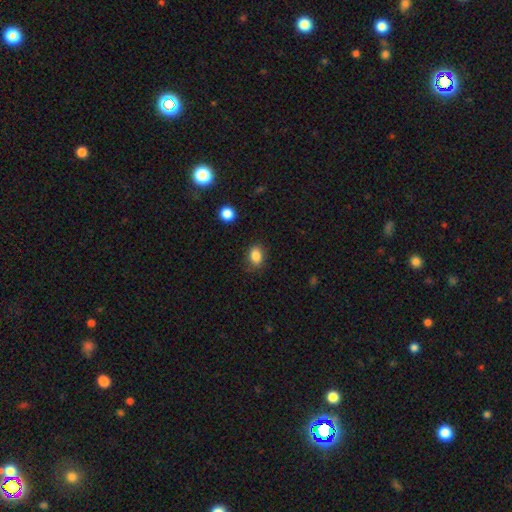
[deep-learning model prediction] A smooth galaxy with no disk features (85%) that is in between round and cigar-shaped (70%). Merging: none (81%).